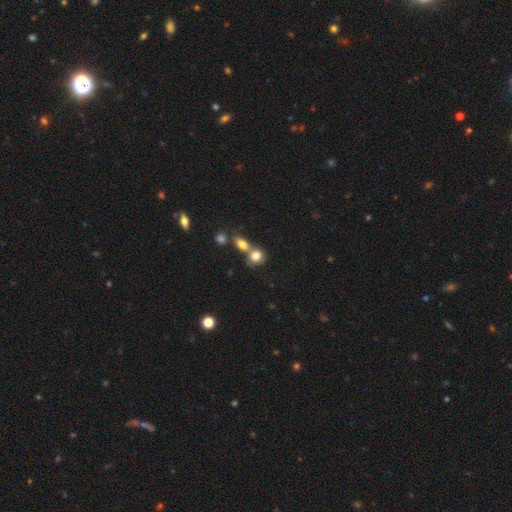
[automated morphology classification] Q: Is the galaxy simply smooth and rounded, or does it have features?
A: smooth — 80%.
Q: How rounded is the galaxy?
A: round — 70%.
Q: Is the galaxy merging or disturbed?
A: merger — 52%.